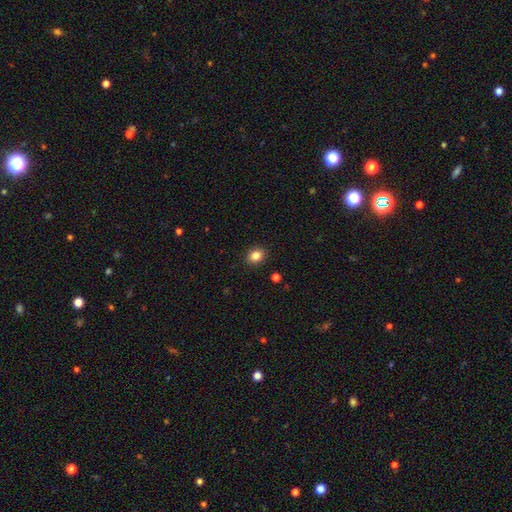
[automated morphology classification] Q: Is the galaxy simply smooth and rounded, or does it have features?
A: smooth — 84%.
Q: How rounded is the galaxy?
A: round — 60%.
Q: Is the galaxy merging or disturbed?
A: none — 91%.